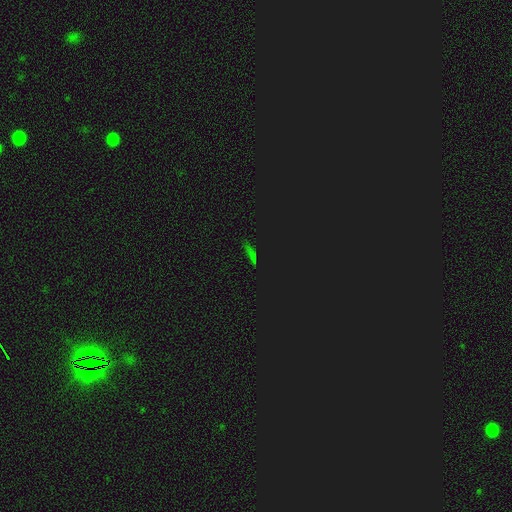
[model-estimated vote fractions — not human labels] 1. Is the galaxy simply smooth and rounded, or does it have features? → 69% star or artifact, 22% smooth, 8% featured or disk.